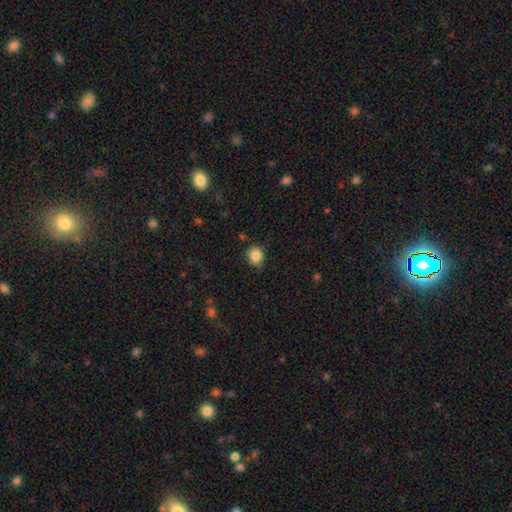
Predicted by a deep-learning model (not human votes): Smooth or featured?
  - smooth: 85% *
  - star or artifact: 10%
  - featured or disk: 5%
How rounded?
  - round: 72% *
  - in between: 27%
  - cigar-shaped: 1%
Merging?
  - none: 83% *
  - minor disturbance: 13%
  - major disturbance: 3%
  - merger: 2%